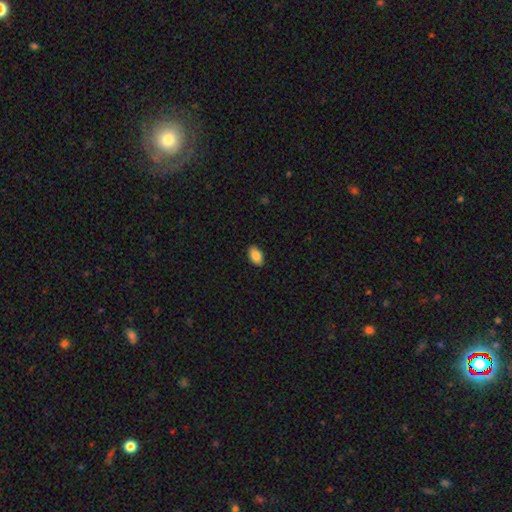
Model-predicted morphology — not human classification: Smooth or featured?
  - smooth: 88% *
  - star or artifact: 7%
  - featured or disk: 5%
How rounded?
  - in between: 93% *
  - round: 6%
  - cigar-shaped: 1%
Merging?
  - none: 89% *
  - minor disturbance: 8%
  - major disturbance: 2%
  - merger: 1%